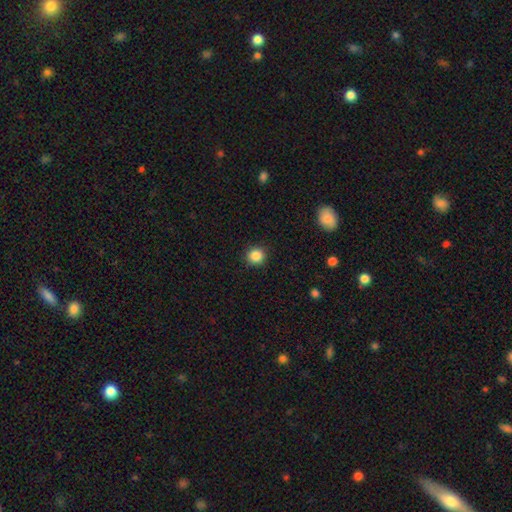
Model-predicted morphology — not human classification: This appears to be a smooth galaxy with no disk features (86%) that is round (93%). Merging: none (91%).